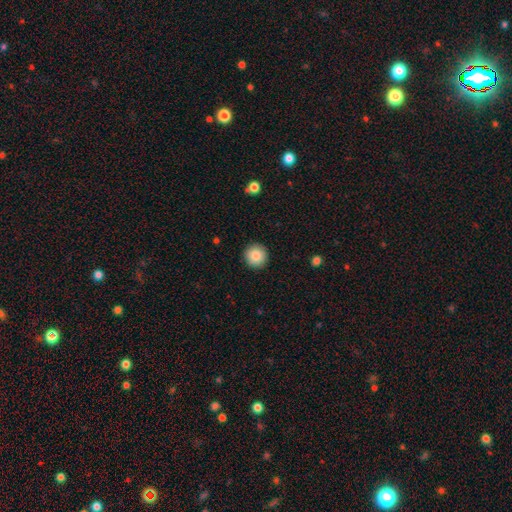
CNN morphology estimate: A smooth galaxy with no disk features (86%) that is round (95%). Merging: none (92%).